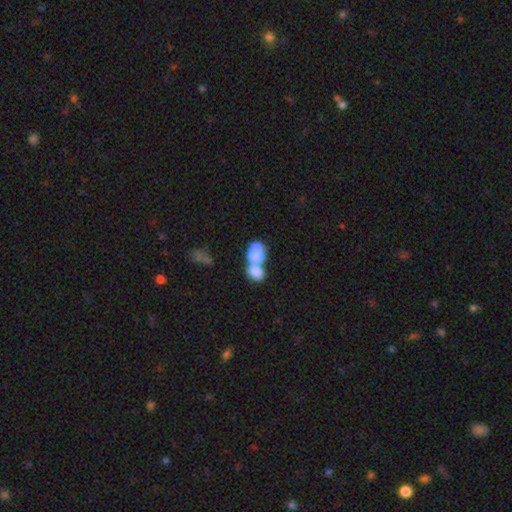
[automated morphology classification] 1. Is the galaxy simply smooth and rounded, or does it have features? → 60% smooth, 31% featured or disk, 9% star or artifact.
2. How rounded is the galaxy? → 75% in between, 23% round, 2% cigar-shaped.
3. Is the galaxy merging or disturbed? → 76% merger, 12% none, 7% major disturbance, 6% minor disturbance.